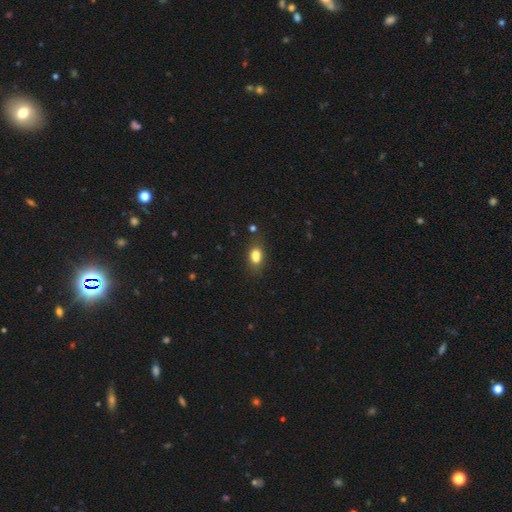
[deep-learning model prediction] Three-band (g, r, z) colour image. It shows a smooth galaxy with no disk features (78%) that is in between round and cigar-shaped (77%). Merging: none (58%).